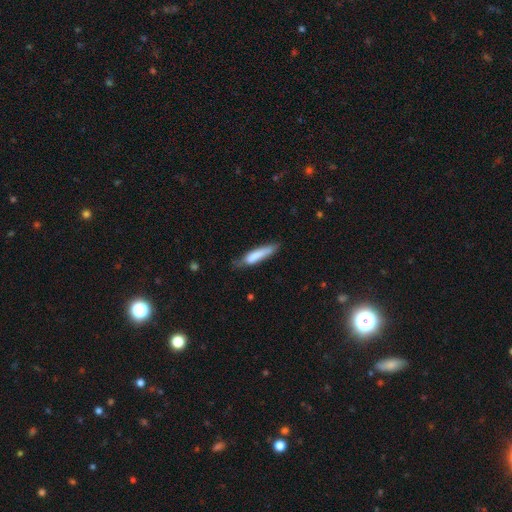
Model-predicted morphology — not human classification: Overall: smooth (75%). How rounded: cigar-shaped (82%). Merging: none (56%; minor disturbance 32%).